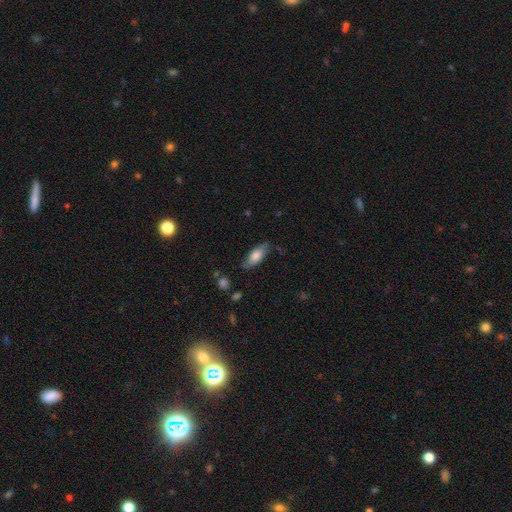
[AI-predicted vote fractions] Q: Smooth or featured?
A: smooth (66%); runner-up: featured or disk (27%)
Q: How rounded?
A: in between (75%); runner-up: cigar-shaped (22%)
Q: Merging?
A: none (72%); runner-up: minor disturbance (21%)